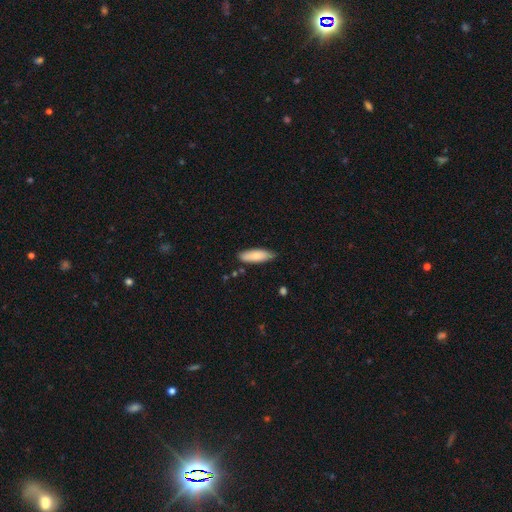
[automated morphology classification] smooth_or_featured: smooth (p=0.83) [alt: featured or disk p=0.12]
how_rounded: in between (p=0.53) [alt: cigar-shaped p=0.45]
merging: none (p=0.79) [alt: minor disturbance p=0.17]